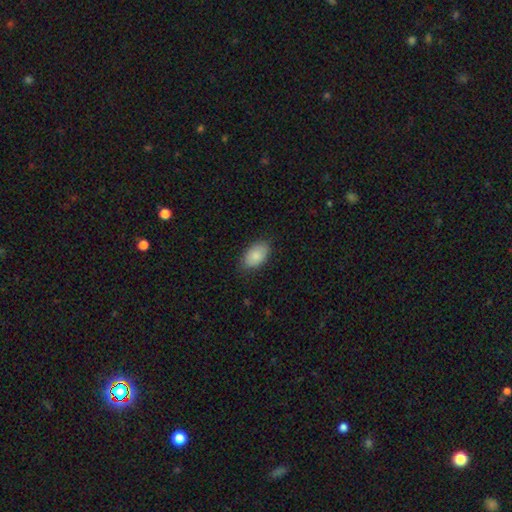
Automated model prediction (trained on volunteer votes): Smooth or featured? smooth (86%)
How rounded? in between (93%)
Merging? none (82%)